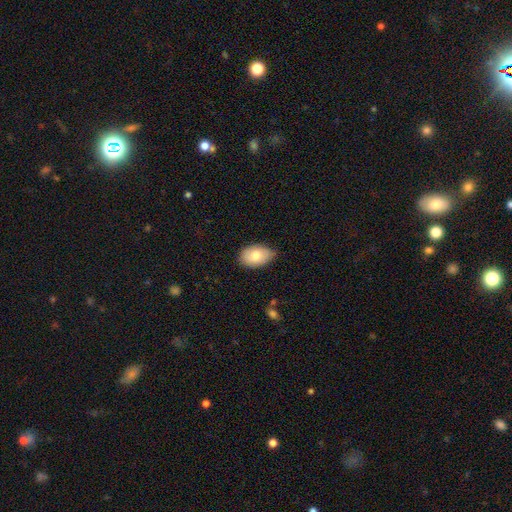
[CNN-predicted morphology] Smooth or featured?
  - smooth: 79% *
  - featured or disk: 14%
  - star or artifact: 7%
How rounded?
  - in between: 89% *
  - round: 10%
  - cigar-shaped: 1%
Merging?
  - none: 71% *
  - minor disturbance: 25%
  - major disturbance: 3%
  - merger: 1%